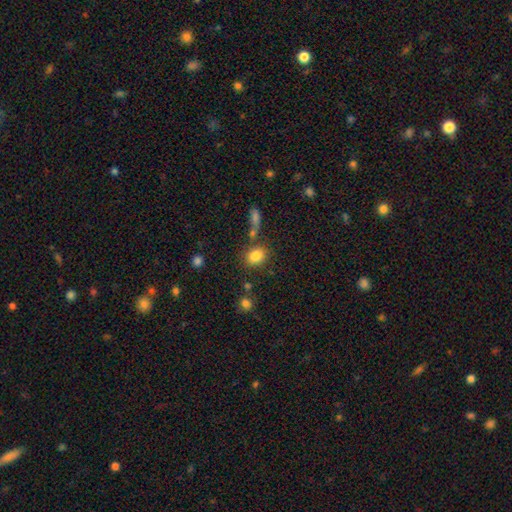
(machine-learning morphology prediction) Smooth or featured? smooth (83%)
How rounded? round (52%)
Merging? none (73%)